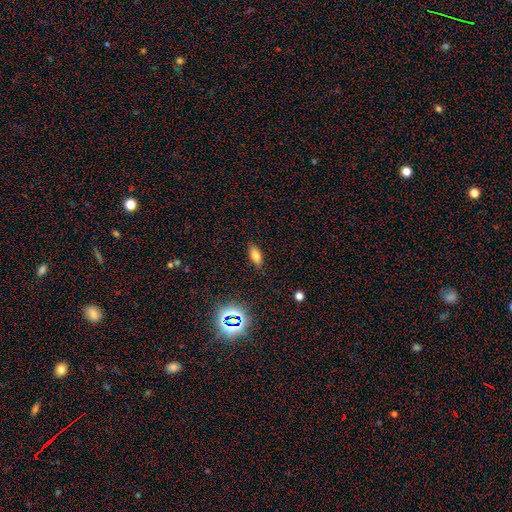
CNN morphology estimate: This appears to be a smooth galaxy with no disk features (74%) that is in between round and cigar-shaped (83%). Merging: none (85%).